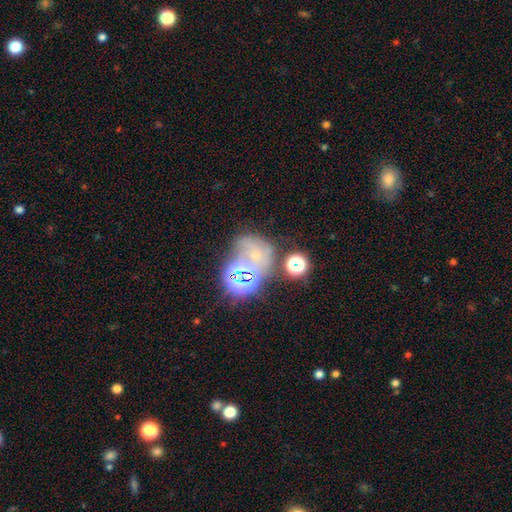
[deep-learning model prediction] Overall: star or artifact (42%; smooth 29%).